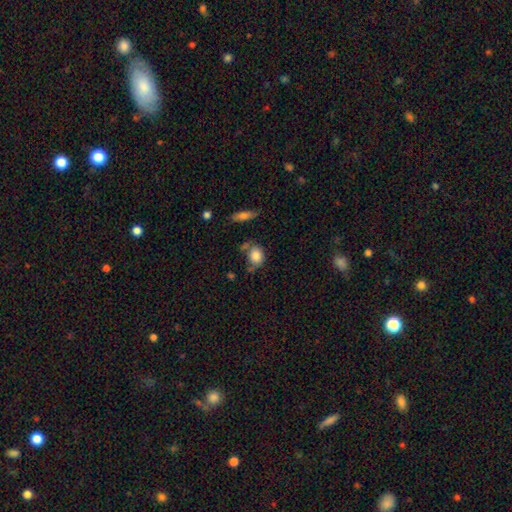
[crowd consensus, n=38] Volunteers were most divided on "how rounded": in between: 55%, round: 42%, cigar-shaped: 3%. More confident: smooth or featured — smooth (82%); merging — none (69%).